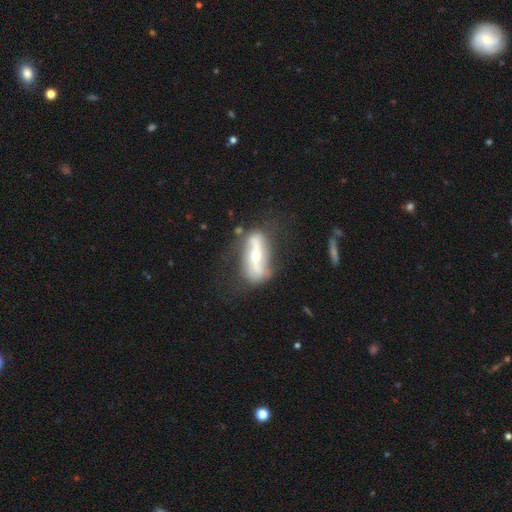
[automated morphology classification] Smooth or featured? featured or disk (78%)
Edge-on disk? no (78%)
Bar? strong (58%)
Spiral arms? yes (74%)
Bulge size? small (49%)
Merging? none (61%)